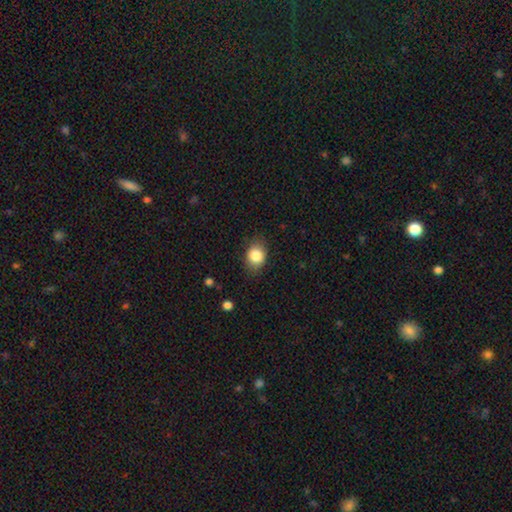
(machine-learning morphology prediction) This appears to be a smooth galaxy with no disk features (84%) that is in between round and cigar-shaped (57%). Merging: none (80%).